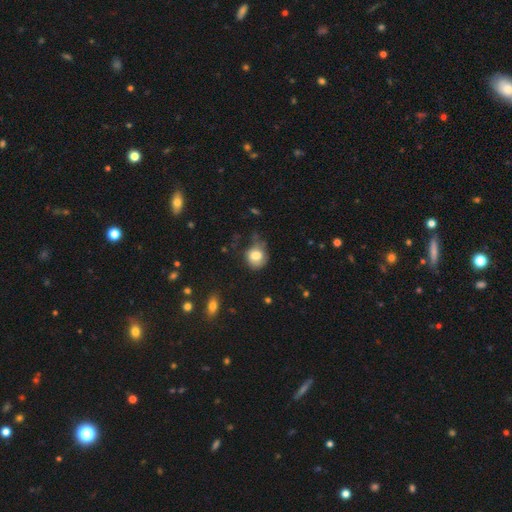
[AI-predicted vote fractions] smooth 76%, featured or disk 14%, star or artifact 10%. Down the decision tree: how rounded — round (67%); merging — none (46%).